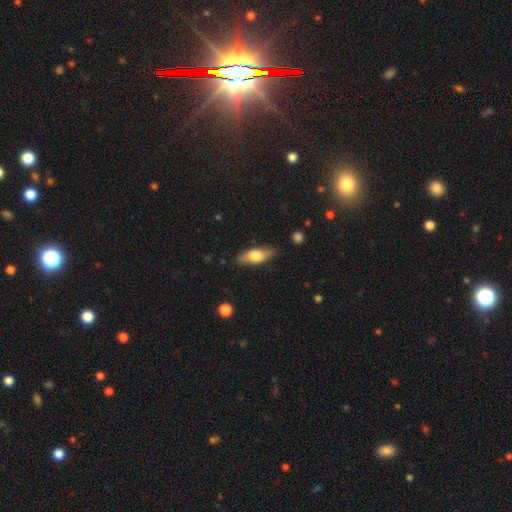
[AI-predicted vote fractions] Smooth or featured? smooth (67%)
How rounded? in between (70%)
Merging? none (83%)